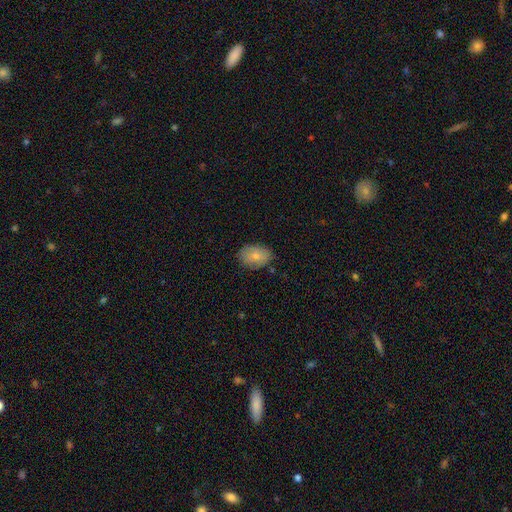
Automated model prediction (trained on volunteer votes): Q: Smooth or featured?
A: smooth (79%); runner-up: featured or disk (14%)
Q: How rounded?
A: in between (82%); runner-up: round (17%)
Q: Merging?
A: none (80%); runner-up: minor disturbance (16%)